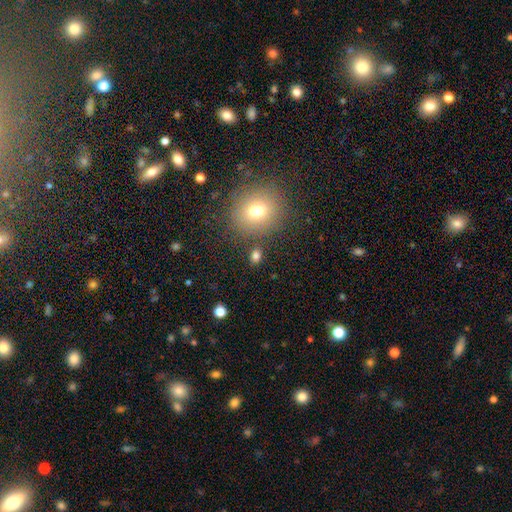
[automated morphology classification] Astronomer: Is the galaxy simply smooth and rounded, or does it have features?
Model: smooth — 78%.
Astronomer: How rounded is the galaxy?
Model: in between — 53% (runner-up: round, 45%).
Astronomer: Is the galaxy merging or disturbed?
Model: none — 81%.